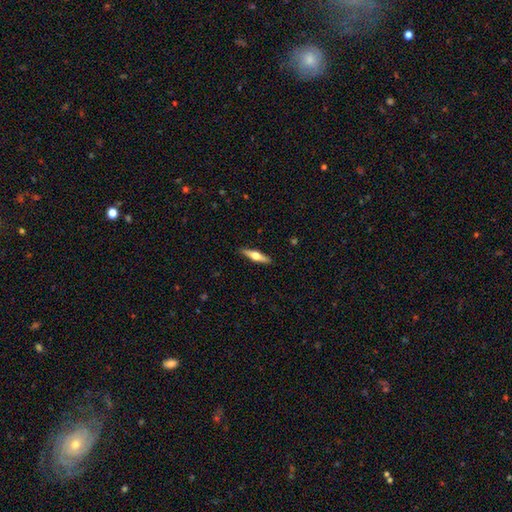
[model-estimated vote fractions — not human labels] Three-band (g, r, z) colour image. It shows a featured or disk galaxy (59%) viewed edge-on (96%) with a rounded central bulge (94%). Merging: none (91%).